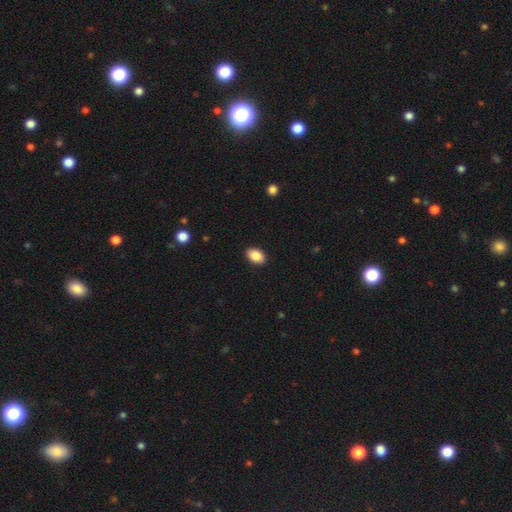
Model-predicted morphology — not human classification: smooth 89%, star or artifact 7%, featured or disk 3%. Down the decision tree: how rounded — in between (88%); merging — none (90%).